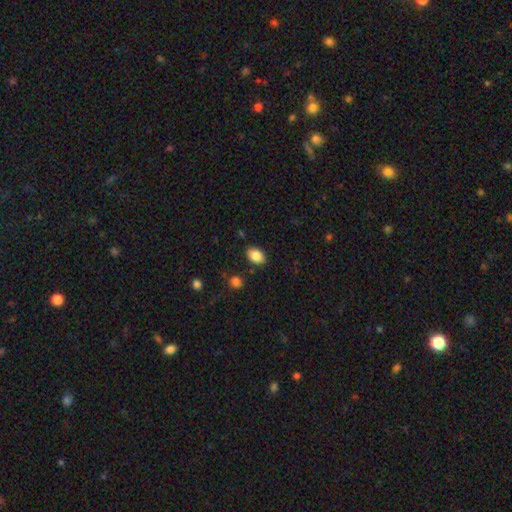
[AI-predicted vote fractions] A smooth galaxy with no disk features (86%) that is in between round and cigar-shaped (86%).

Vote fractions:
- Smooth or featured? smooth: 86% / star or artifact: 8% / featured or disk: 6%
- How rounded? in between: 86% / round: 13% / cigar-shaped: 1%
- Merging? none: 86% / minor disturbance: 9% / major disturbance: 2% / merger: 2%